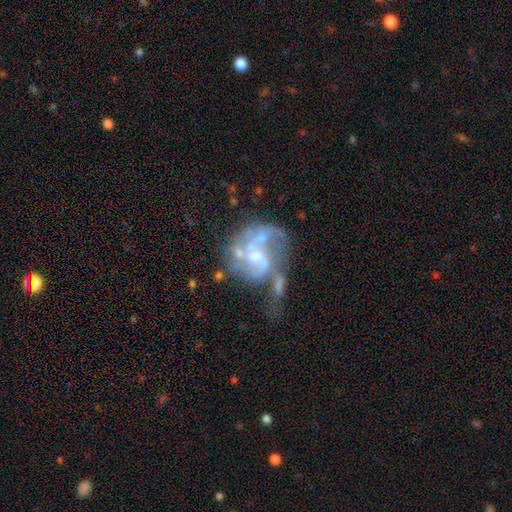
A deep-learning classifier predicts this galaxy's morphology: type=featured or disk (81%); edge-on=no (98%); bar=no (53%); spiral arms=yes (82%); winding=medium (45%); arm count=2 (47%); bulge=small (48%); merging=major disturbance (33%).